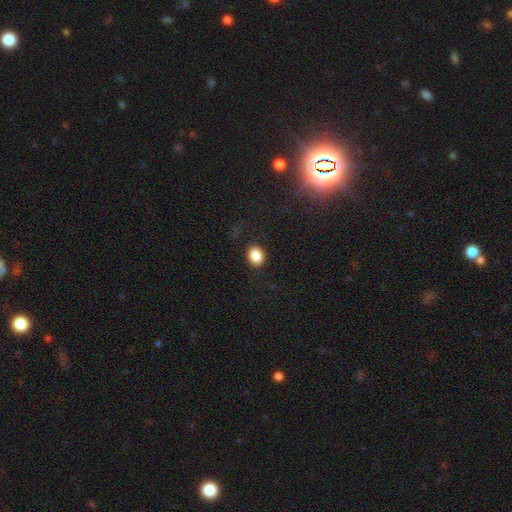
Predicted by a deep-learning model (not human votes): Morphology: type=smooth (87%); roundness=in between (56%); merging=none (86%).